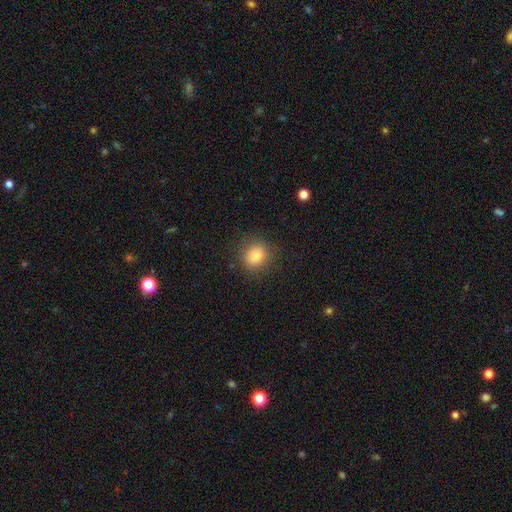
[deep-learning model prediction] Q: Smooth or featured?
A: smooth (83%); runner-up: star or artifact (10%)
Q: How rounded?
A: round (63%); runner-up: in between (36%)
Q: Merging?
A: none (86%); runner-up: minor disturbance (10%)